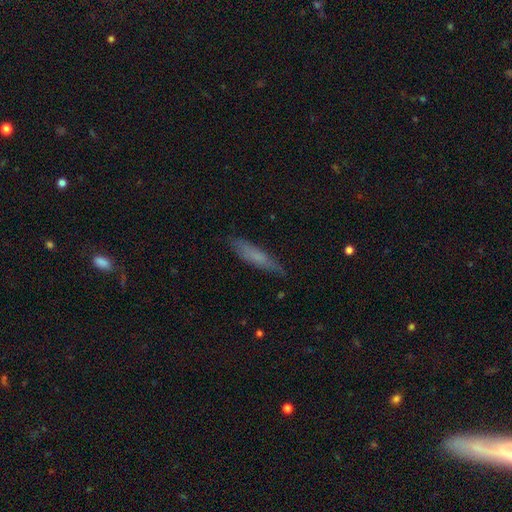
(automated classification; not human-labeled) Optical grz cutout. It shows a smooth galaxy with no disk features (64%) that is cigar-shaped (83%). Merging: none (77%).